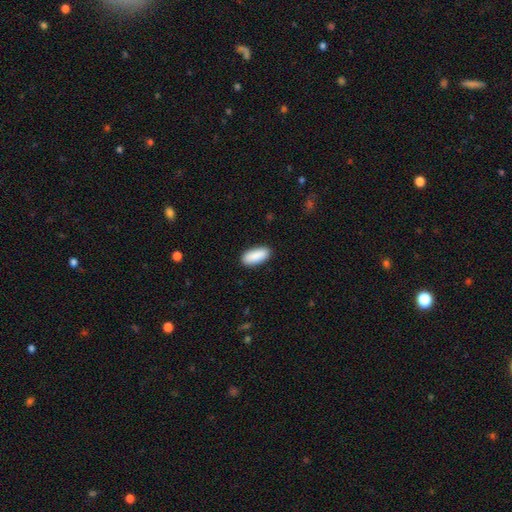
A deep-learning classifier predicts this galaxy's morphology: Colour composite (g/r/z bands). It shows a smooth galaxy with no disk features (90%) that is in between round and cigar-shaped (86%). Merging: none (89%).